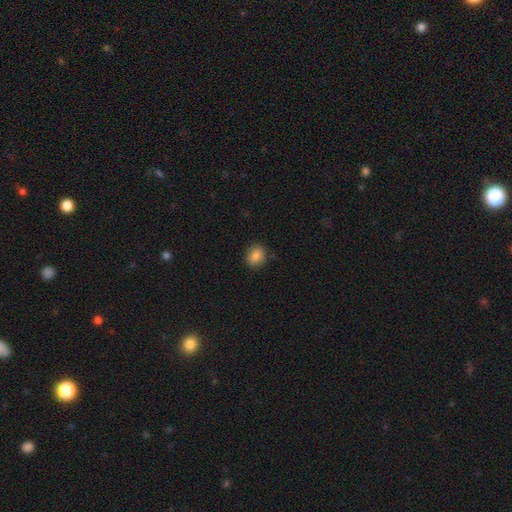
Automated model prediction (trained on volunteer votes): Smooth or featured? Predicted: smooth (p=0.86). How rounded? Predicted: in between (p=0.51). Merging? Predicted: none (p=0.84).